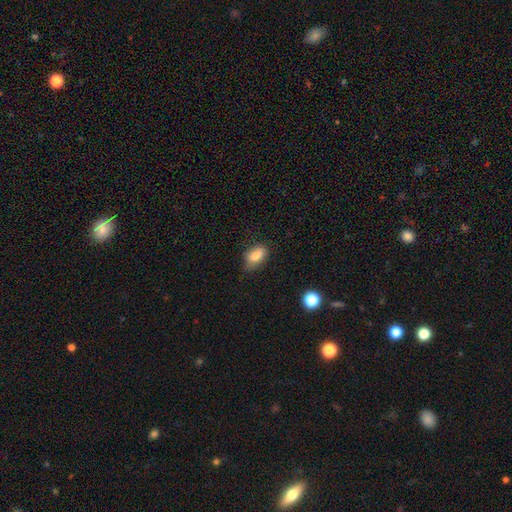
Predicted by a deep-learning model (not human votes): Smooth or featured? Predicted: smooth (p=0.80). How rounded? Predicted: in between (p=0.86). Merging? Predicted: none (p=0.66).